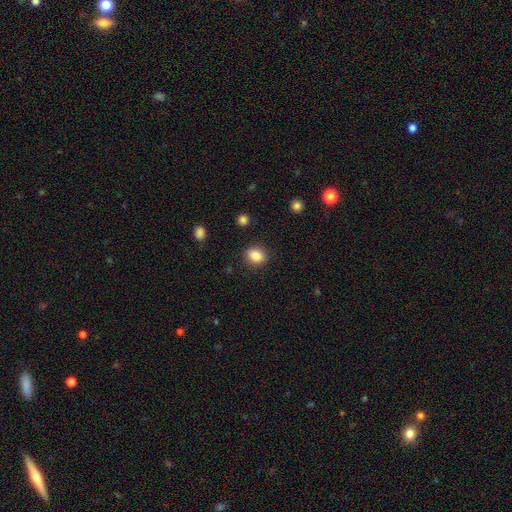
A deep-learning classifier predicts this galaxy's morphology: smooth 86%, star or artifact 9%, featured or disk 5%. Down the decision tree: how rounded — in between (51%); merging — none (87%).